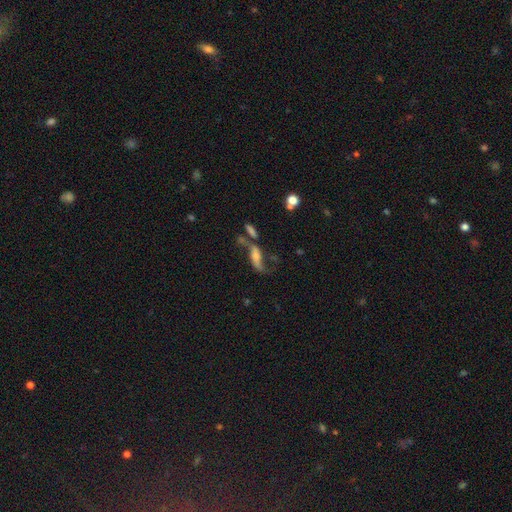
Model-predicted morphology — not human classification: smooth_or_featured: featured or disk (p=0.66) [alt: smooth p=0.19]
disk_edge_on: no (p=0.79) [alt: yes p=0.21]
bar: no (p=0.52) [alt: weak p=0.32]
has_spiral_arms: yes (p=0.82) [alt: no p=0.18]
bulge_size: moderate (p=0.35) [alt: small p=0.32]
merging: none (p=0.38) [alt: merger p=0.29]